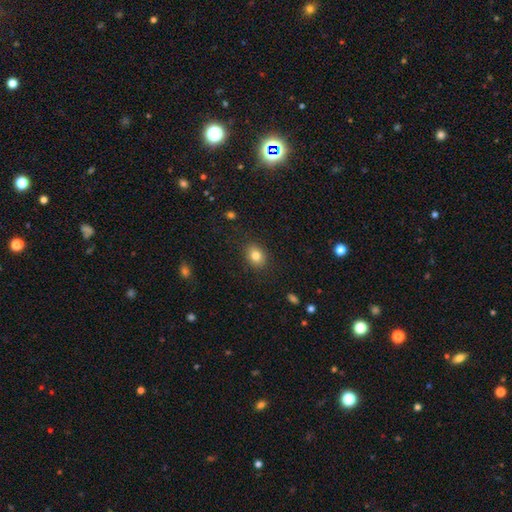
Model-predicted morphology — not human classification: This is clearly a smooth galaxy (82%). How rounded: possibly in between (60%). Merging: clearly none (86%).